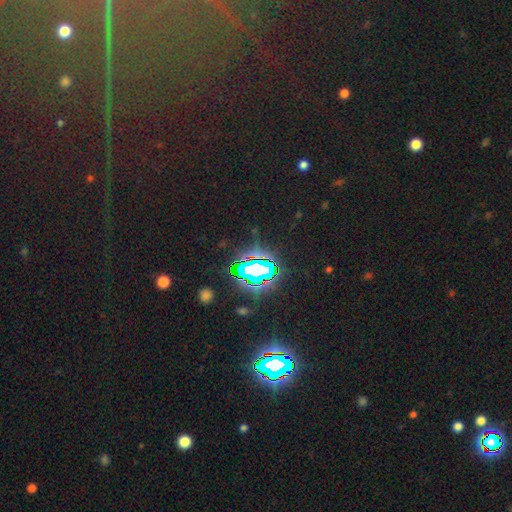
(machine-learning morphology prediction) star or artifact 79%, smooth 12%, featured or disk 9%.